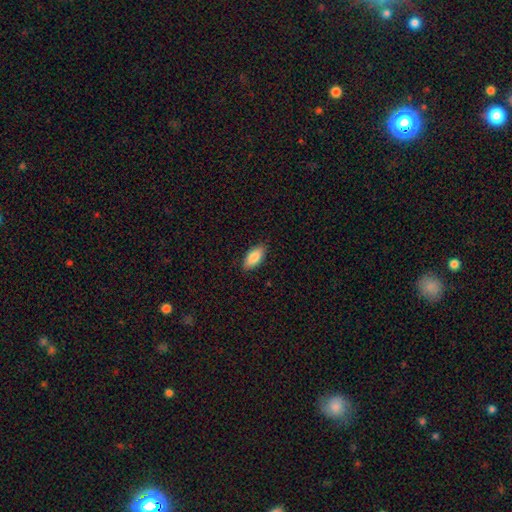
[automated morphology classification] This is clearly a smooth galaxy (88%). How rounded: clearly in between (90%). Merging: clearly none (88%).